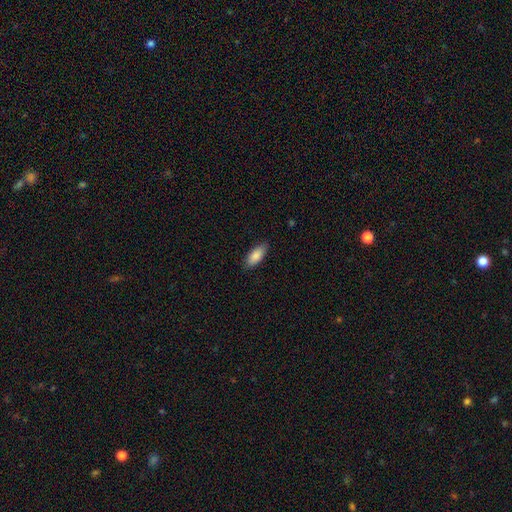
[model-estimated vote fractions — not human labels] Smooth or featured: smooth — 87% (featured or disk — 7%)
How rounded: in between — 83% (cigar-shaped — 15%)
Merging: none — 86% (minor disturbance — 11%)